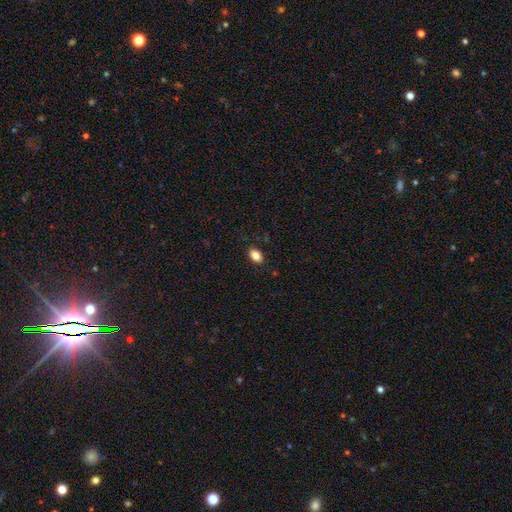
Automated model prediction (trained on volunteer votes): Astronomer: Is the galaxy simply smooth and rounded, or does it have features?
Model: smooth — 85%.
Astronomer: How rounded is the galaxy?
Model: in between — 84%.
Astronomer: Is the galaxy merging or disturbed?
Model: none — 88%.